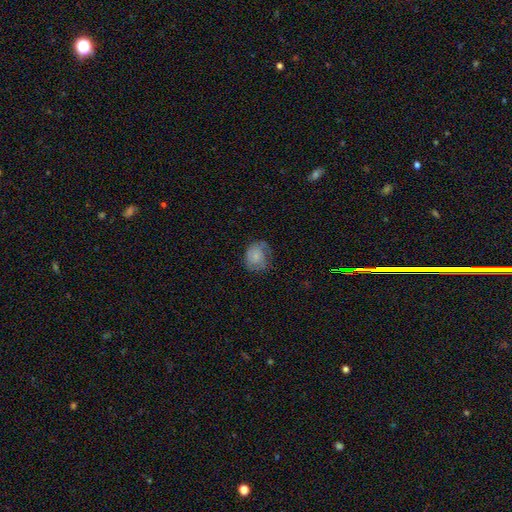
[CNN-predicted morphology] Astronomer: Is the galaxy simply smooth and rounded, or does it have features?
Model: smooth — 63%.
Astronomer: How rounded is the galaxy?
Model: round — 60% (runner-up: in between, 39%).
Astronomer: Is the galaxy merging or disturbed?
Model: none — 52% (runner-up: minor disturbance, 31%).